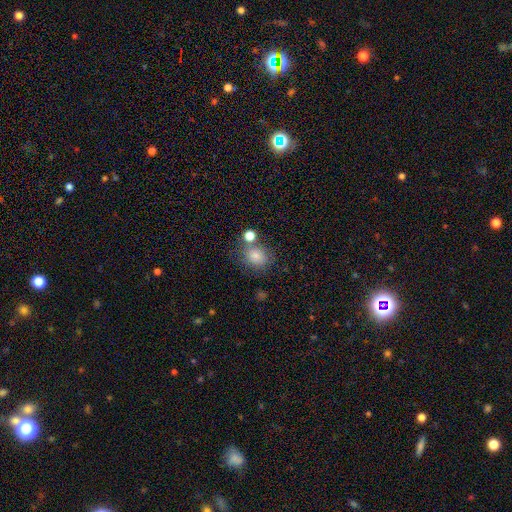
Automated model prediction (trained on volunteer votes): This is clearly a smooth galaxy (81%). How rounded: likely round (63%). Merging: likely none (63%).